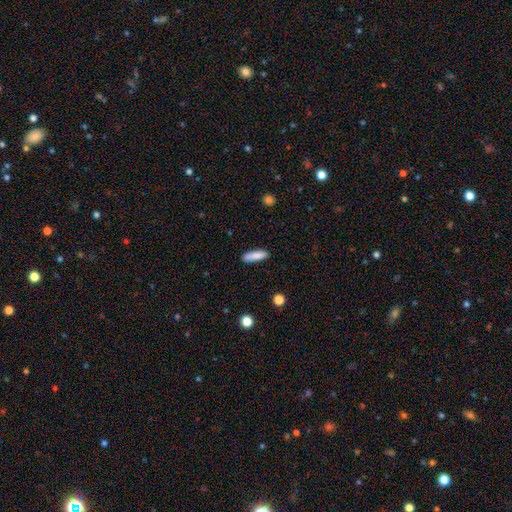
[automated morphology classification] This is clearly a smooth galaxy (86%). How rounded: likely cigar-shaped (66%). Merging: clearly none (85%).